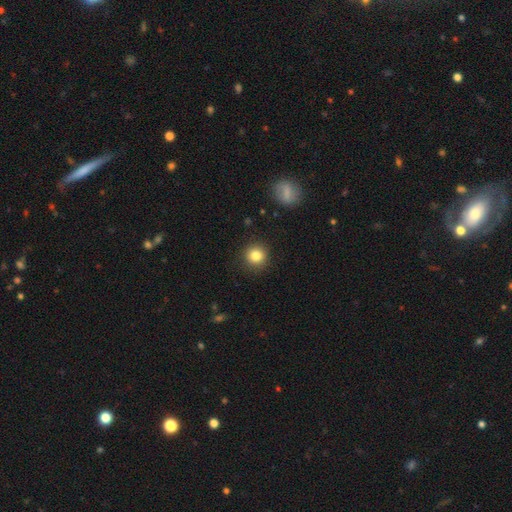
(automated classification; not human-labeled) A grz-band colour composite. It shows a smooth galaxy with no disk features (83%) that is round (93%). Merging: none (90%).